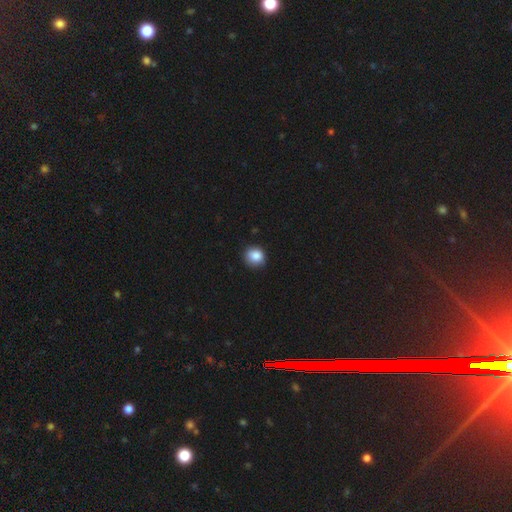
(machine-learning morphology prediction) Smooth or featured: smooth — 86% (star or artifact — 10%)
How rounded: round — 84% (in between — 15%)
Merging: none — 84% (minor disturbance — 12%)